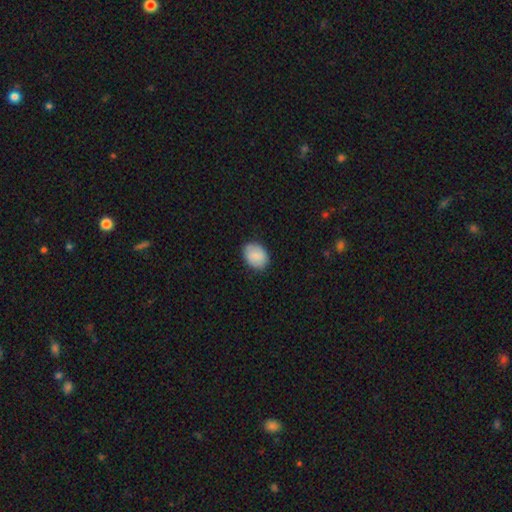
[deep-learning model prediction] Smooth or featured? smooth (84%)
How rounded? in between (68%)
Merging? none (85%)